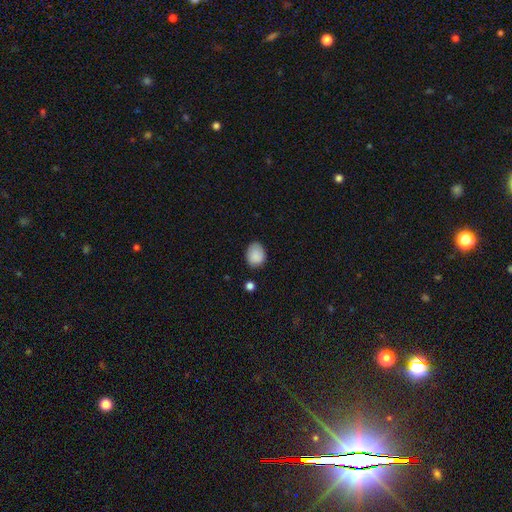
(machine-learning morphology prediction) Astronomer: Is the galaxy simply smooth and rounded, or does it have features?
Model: smooth — 88%.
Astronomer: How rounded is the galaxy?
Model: in between — 52% (runner-up: round, 47%).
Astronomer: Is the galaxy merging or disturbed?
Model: none — 75%.